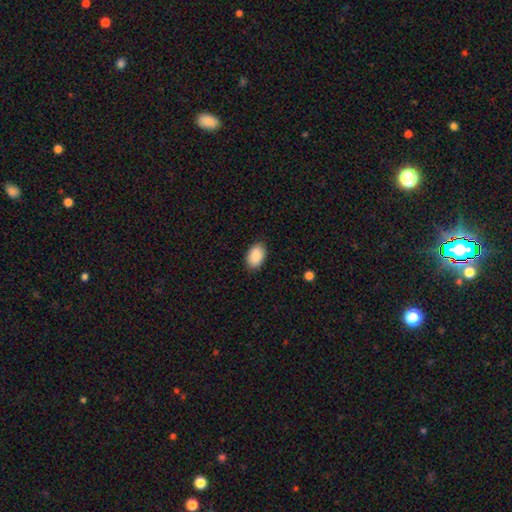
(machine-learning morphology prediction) Q: Smooth or featured?
A: smooth (91%); runner-up: star or artifact (6%)
Q: How rounded?
A: in between (91%); runner-up: round (8%)
Q: Merging?
A: none (87%); runner-up: minor disturbance (10%)